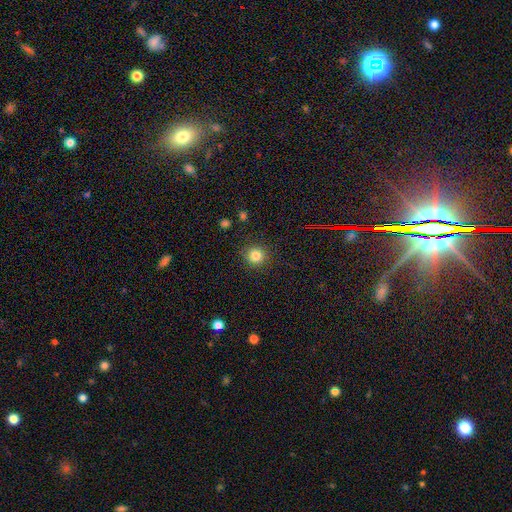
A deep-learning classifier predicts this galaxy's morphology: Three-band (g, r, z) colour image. It shows a smooth galaxy with no disk features (83%) that is round (92%). Merging: none (89%).